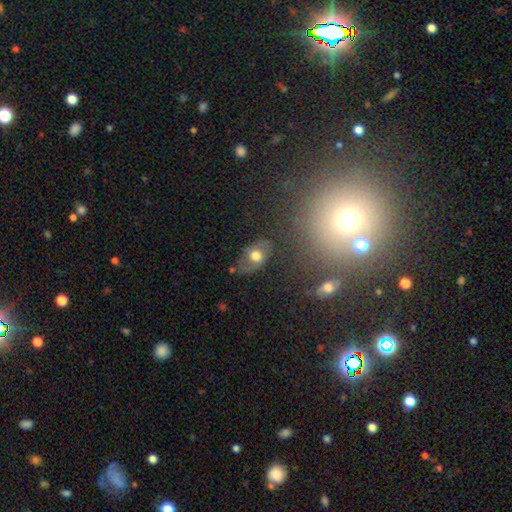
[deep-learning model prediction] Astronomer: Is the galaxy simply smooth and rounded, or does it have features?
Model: smooth — 56% (runner-up: featured or disk, 35%).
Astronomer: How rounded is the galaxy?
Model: in between — 75%.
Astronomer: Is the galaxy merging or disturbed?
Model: none — 72%.